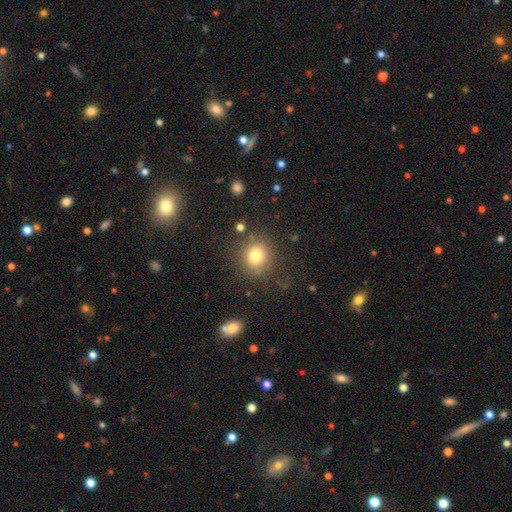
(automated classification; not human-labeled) Morphology: type=smooth (78%); roundness=round (81%); merging=none (81%).